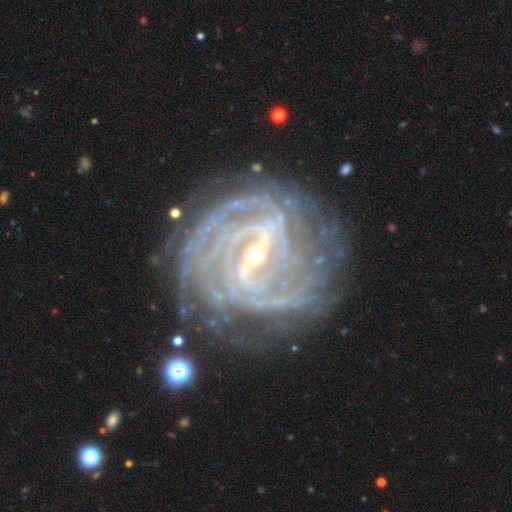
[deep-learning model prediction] Smooth or featured: featured or disk — 92% (star or artifact — 5%)
Edge-on disk: no — 97% (yes — 3%)
Bar: strong — 63% (weak — 29%)
Spiral arms: yes — 98% (no — 2%)
Spiral winding: tight — 78% (medium — 19%)
Spiral arm count: 4 — 25% (can't tell — 20%)
Bulge size: small — 73% (moderate — 23%)
Merging: none — 76% (minor disturbance — 15%)